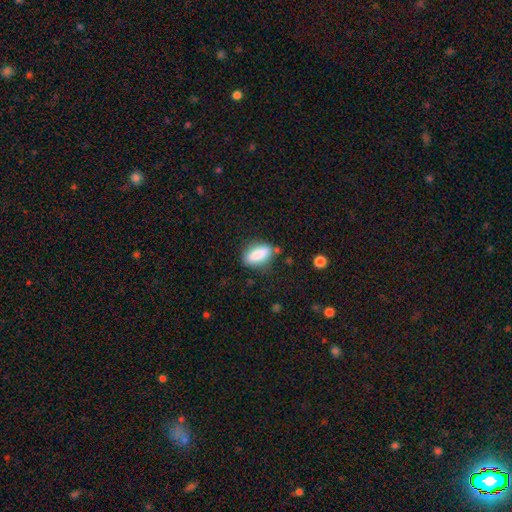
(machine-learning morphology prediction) Smooth or featured: smooth — 82% (featured or disk — 10%)
How rounded: in between — 76% (cigar-shaped — 20%)
Merging: none — 73% (minor disturbance — 18%)